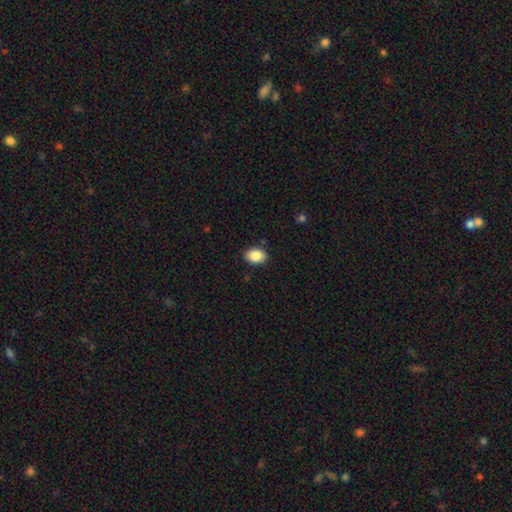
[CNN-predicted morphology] The model was most divided on "how rounded": in between: 78%, round: 21%, cigar-shaped: 1%. More confident: merging — none (88%); smooth or featured — smooth (87%).